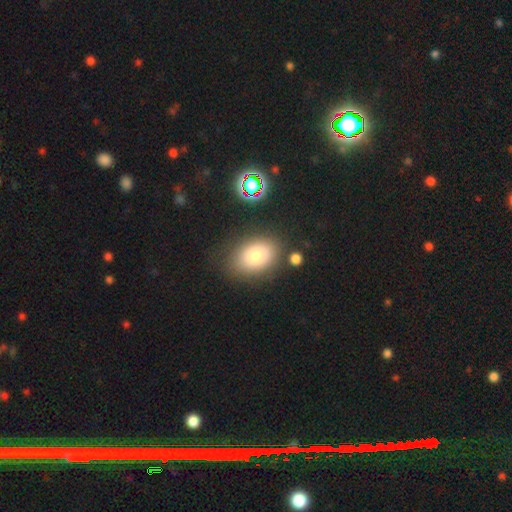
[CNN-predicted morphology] A smooth galaxy with no disk features (73%) that is in between round and cigar-shaped (81%).

Vote fractions:
- Smooth or featured? smooth: 73% / featured or disk: 15% / star or artifact: 12%
- How rounded? in between: 81% / round: 18% / cigar-shaped: 1%
- Merging? none: 79% / minor disturbance: 13% / major disturbance: 4% / merger: 4%